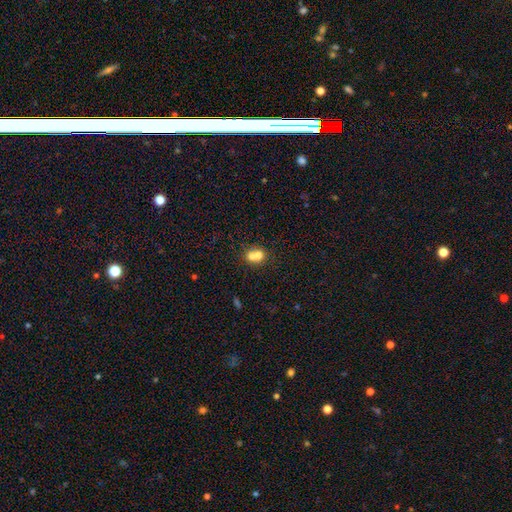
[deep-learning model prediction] Morphology: type=smooth (69%); roundness=round (70%); merging=merger (67%).